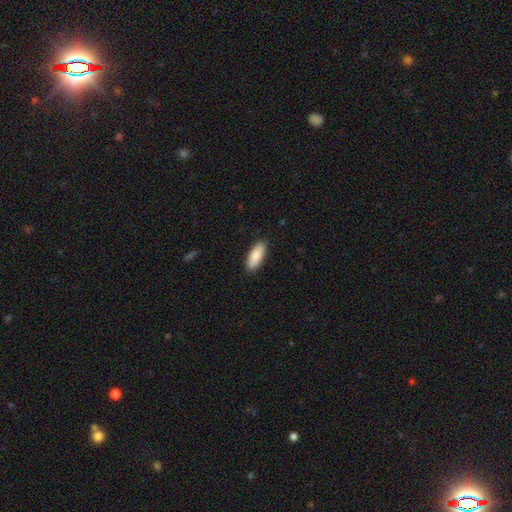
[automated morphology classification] A smooth galaxy with no disk features (89%) that is in between round and cigar-shaped (74%).

Vote fractions:
- Smooth or featured? smooth: 89% / featured or disk: 6% / star or artifact: 6%
- How rounded? in between: 74% / cigar-shaped: 25% / round: 2%
- Merging? none: 89% / minor disturbance: 9% / major disturbance: 2% / merger: 1%